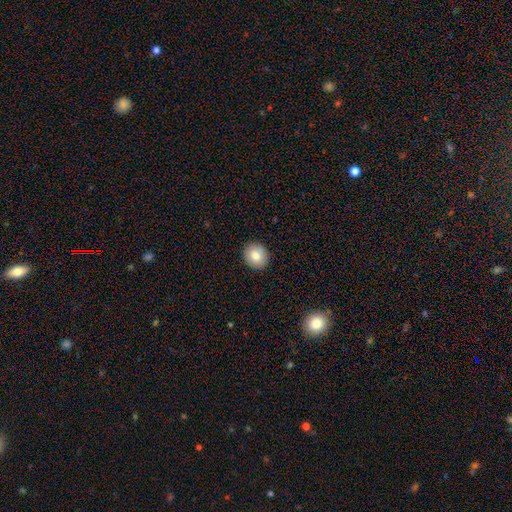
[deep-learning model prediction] smooth 81%, featured or disk 11%, star or artifact 8%. Down the decision tree: how rounded — round (83%); merging — none (92%).